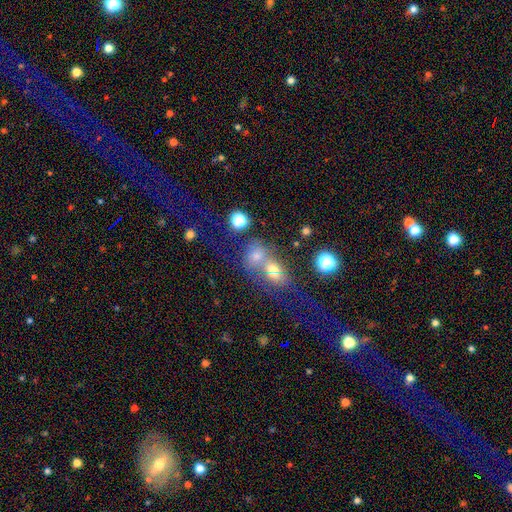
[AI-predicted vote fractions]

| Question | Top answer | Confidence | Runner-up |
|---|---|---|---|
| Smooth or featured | smooth | 64% | star or artifact (22%) |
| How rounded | round | 58% | in between (40%) |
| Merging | merger | 57% | none (31%) |